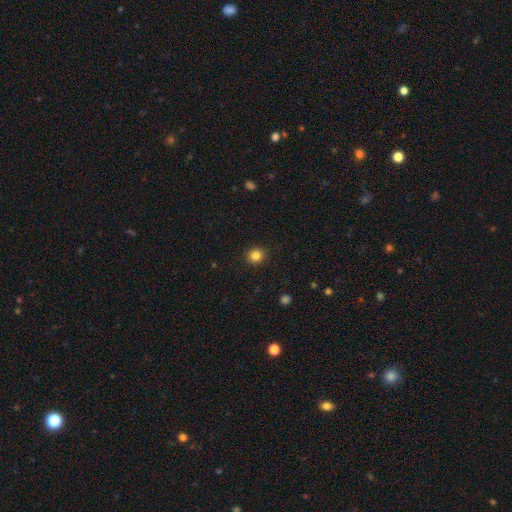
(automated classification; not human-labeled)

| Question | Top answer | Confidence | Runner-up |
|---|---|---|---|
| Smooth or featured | smooth | 84% | star or artifact (11%) |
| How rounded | round | 88% | in between (11%) |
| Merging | none | 92% | minor disturbance (6%) |